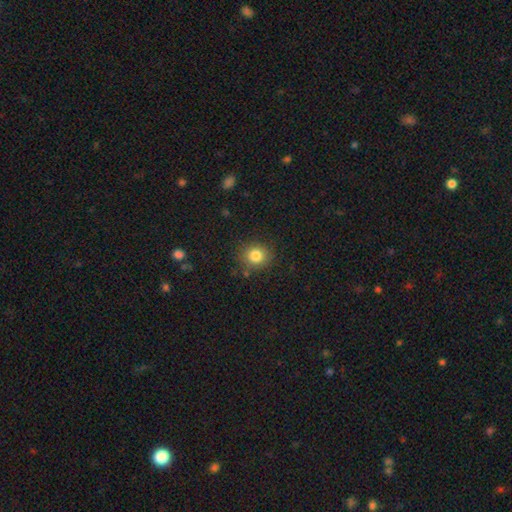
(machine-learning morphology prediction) Smooth or featured? Predicted: smooth (p=0.82). How rounded? Predicted: round (p=0.81). Merging? Predicted: none (p=0.85).